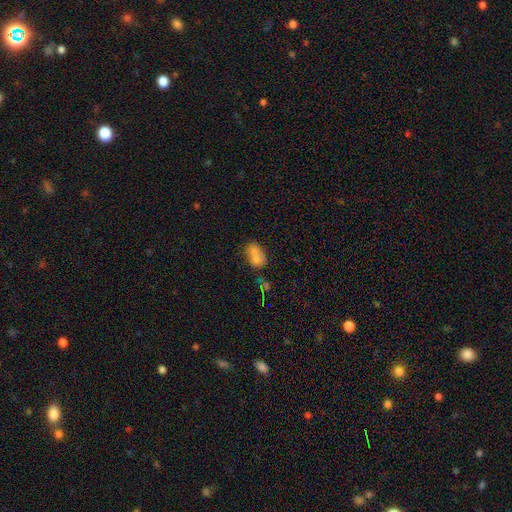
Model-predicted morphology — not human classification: smooth 69%, featured or disk 17%, star or artifact 14%. Down the decision tree: how rounded — in between (82%); merging — none (38%).